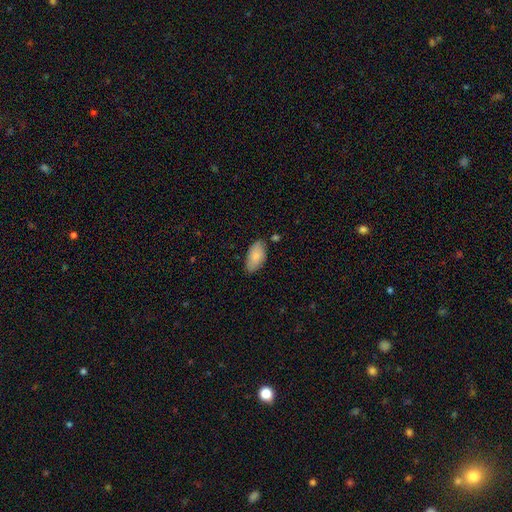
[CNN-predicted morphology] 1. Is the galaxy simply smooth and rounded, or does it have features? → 82% smooth, 12% featured or disk, 6% star or artifact.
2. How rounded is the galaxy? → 95% in between, 3% cigar-shaped, 2% round.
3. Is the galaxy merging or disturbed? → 74% none, 19% minor disturbance, 3% major disturbance, 3% merger.